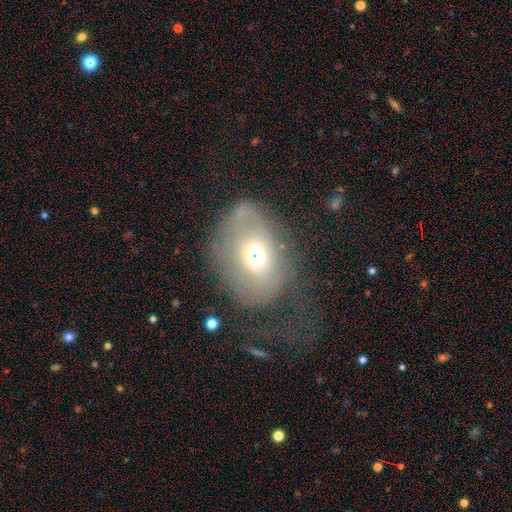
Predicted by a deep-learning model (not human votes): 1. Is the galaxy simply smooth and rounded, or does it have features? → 51% smooth, 37% featured or disk, 12% star or artifact.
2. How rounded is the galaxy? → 67% in between, 32% round, 1% cigar-shaped.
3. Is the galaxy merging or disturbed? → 41% major disturbance, 29% none, 22% minor disturbance, 8% merger.